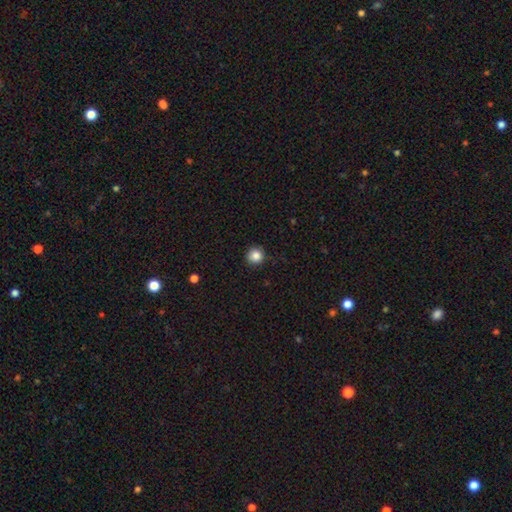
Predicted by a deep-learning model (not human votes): Overall: smooth (86%). How rounded: round (94%). Merging: none (91%).